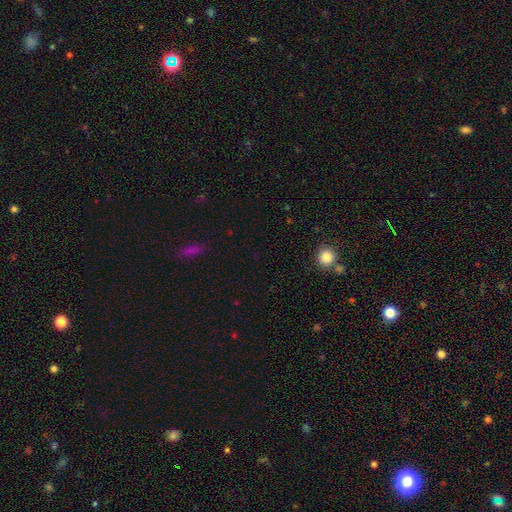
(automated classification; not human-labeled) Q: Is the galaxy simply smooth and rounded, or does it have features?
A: star or artifact — 52%.